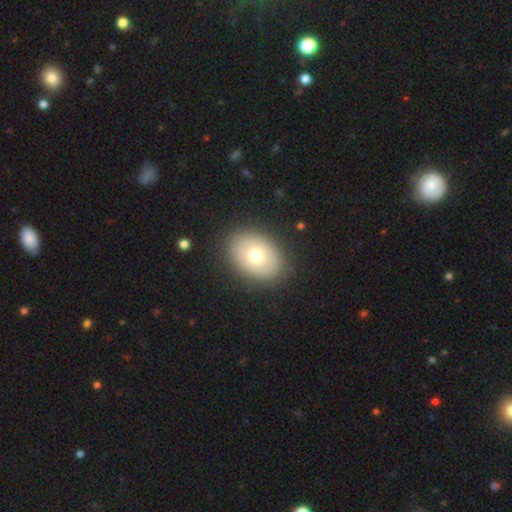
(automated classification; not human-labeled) Smooth or featured: smooth — 73% (featured or disk — 19%)
How rounded: in between — 80% (round — 19%)
Merging: none — 88% (minor disturbance — 8%)